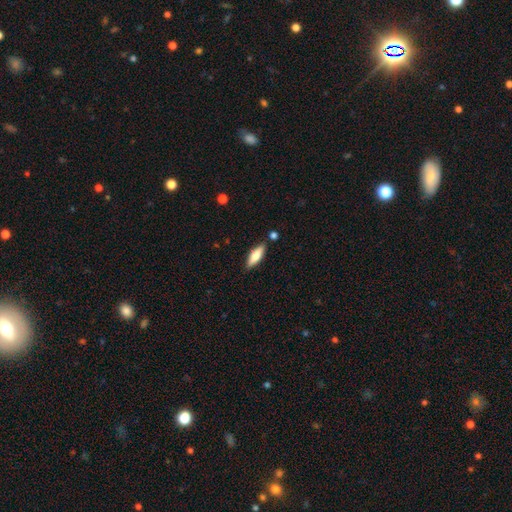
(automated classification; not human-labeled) Q: Smooth or featured?
A: smooth (69%); runner-up: featured or disk (25%)
Q: How rounded?
A: in between (53%); runner-up: cigar-shaped (45%)
Q: Merging?
A: none (83%); runner-up: minor disturbance (11%)